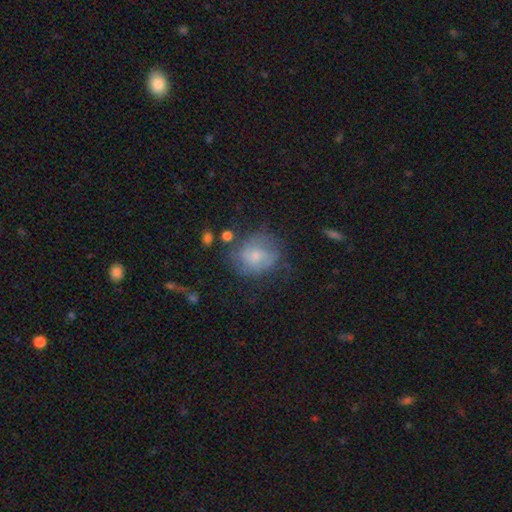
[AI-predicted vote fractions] A smooth galaxy with no disk features (54%) that is round (71%). Merging: none (52%).